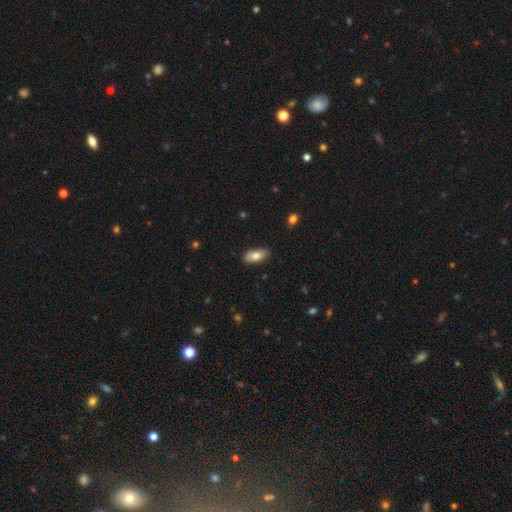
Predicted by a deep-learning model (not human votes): The model was most divided on "smooth or featured": smooth: 78%, featured or disk: 16%, star or artifact: 6%. More confident: merging — none (86%); how rounded — in between (81%).